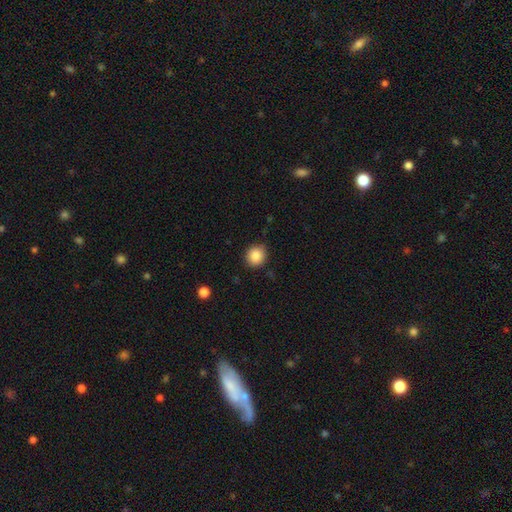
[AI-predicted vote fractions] Smooth or featured: smooth — 86% (star or artifact — 9%)
How rounded: round — 89% (in between — 10%)
Merging: none — 86% (minor disturbance — 10%)